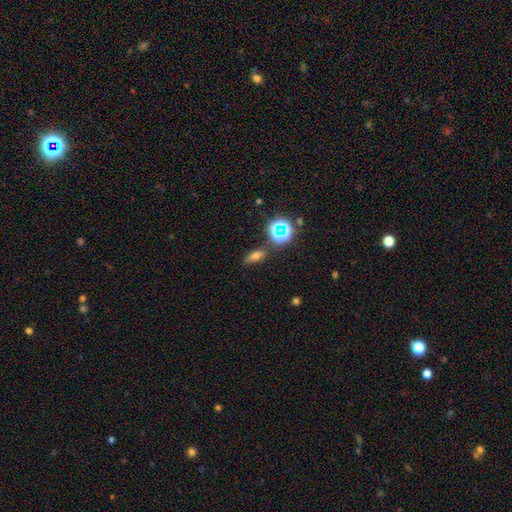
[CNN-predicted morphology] Smooth or featured: smooth — 61% (star or artifact — 23%)
How rounded: in between — 63% (cigar-shaped — 23%)
Merging: none — 80% (minor disturbance — 12%)